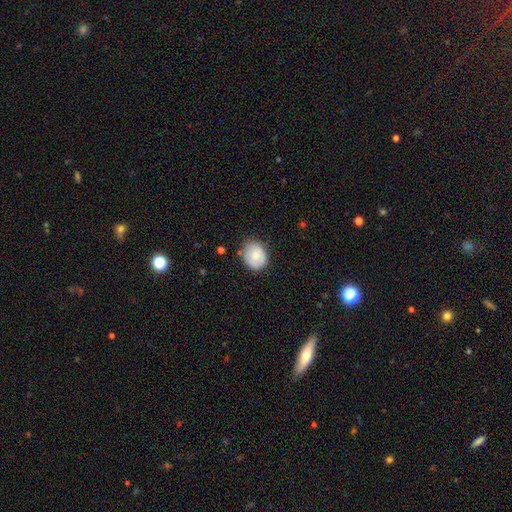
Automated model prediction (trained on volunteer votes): Smooth or featured: smooth — 73% (featured or disk — 19%)
How rounded: round — 54% (in between — 46%)
Merging: none — 68% (minor disturbance — 25%)